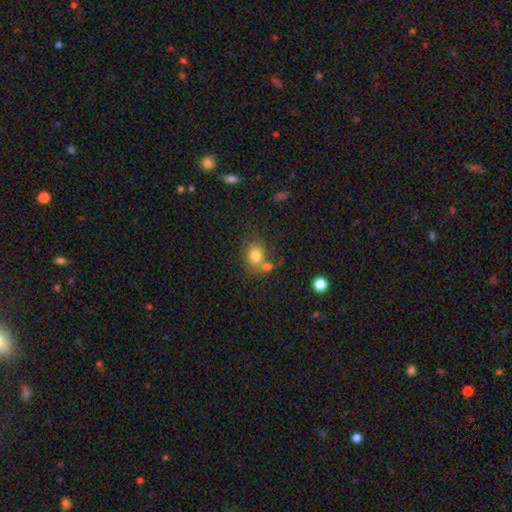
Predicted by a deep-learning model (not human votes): Q: Smooth or featured?
A: smooth (78%); runner-up: featured or disk (11%)
Q: How rounded?
A: round (65%); runner-up: in between (34%)
Q: Merging?
A: none (50%); runner-up: merger (31%)